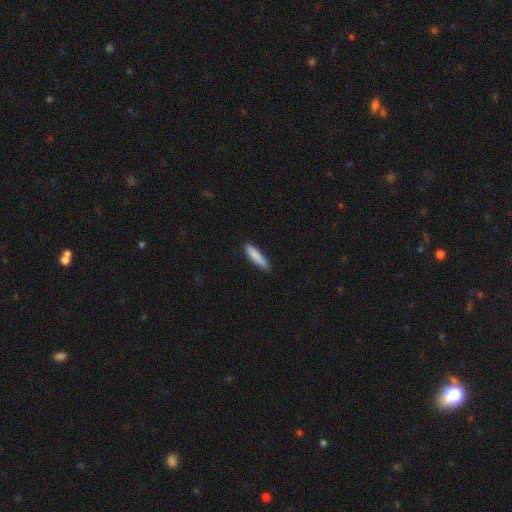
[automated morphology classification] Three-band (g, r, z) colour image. It shows a smooth galaxy with no disk features (86%) that is cigar-shaped (83%). Merging: none (87%).